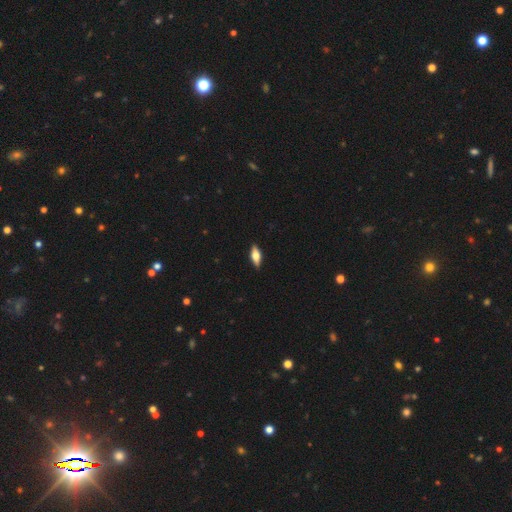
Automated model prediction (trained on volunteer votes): A smooth galaxy with no disk features (52%) that is in between round and cigar-shaped (71%).

Vote fractions:
- Smooth or featured? smooth: 52% / featured or disk: 41% / star or artifact: 7%
- How rounded? in between: 71% / cigar-shaped: 26% / round: 3%
- Merging? none: 89% / minor disturbance: 8% / major disturbance: 2% / merger: 1%